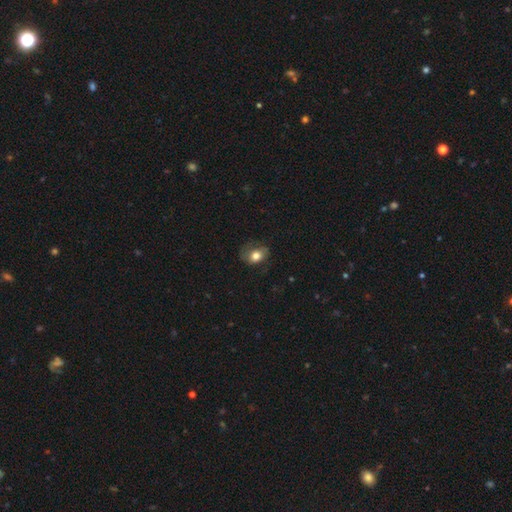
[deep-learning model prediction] Morphology: type=smooth (70%); roundness=in between (64%); merging=none (52%).